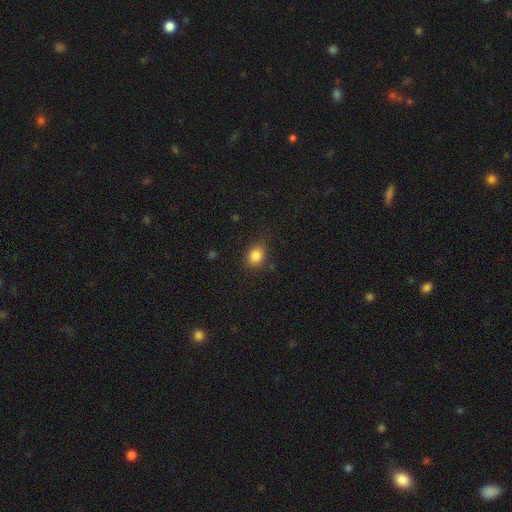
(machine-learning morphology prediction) smooth 85%, star or artifact 10%, featured or disk 5%. Down the decision tree: how rounded — in between (59%); merging — none (79%).